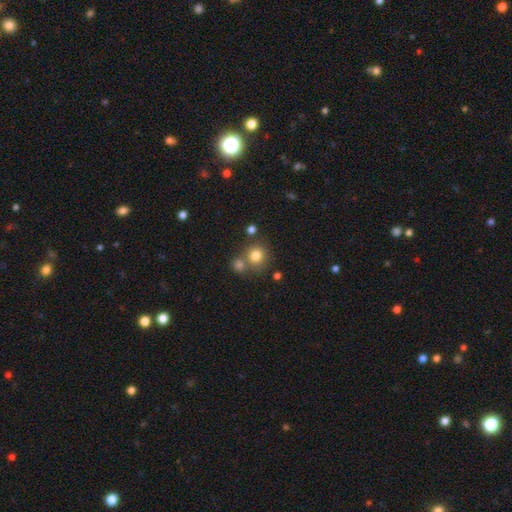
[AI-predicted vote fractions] Smooth or featured? Predicted: smooth (p=0.79). How rounded? Predicted: round (p=0.88). Merging? Predicted: none (p=0.63).